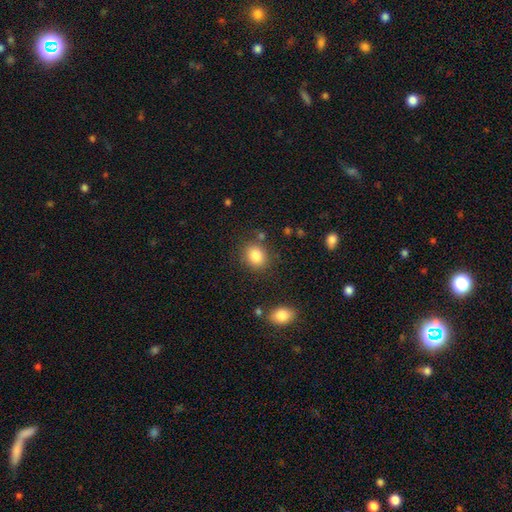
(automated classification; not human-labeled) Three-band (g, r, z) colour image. It shows a smooth galaxy with no disk features (84%) that is round (62%). Merging: none (82%).